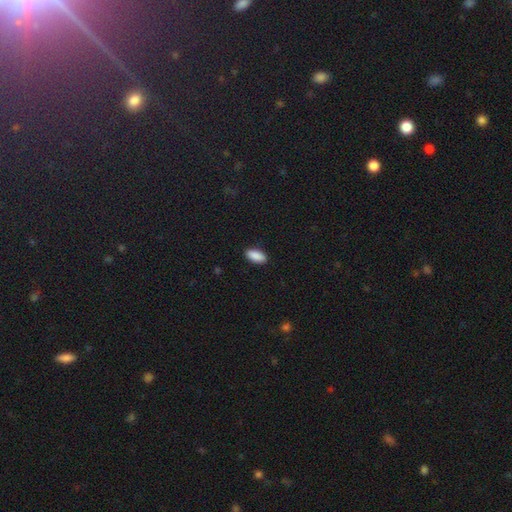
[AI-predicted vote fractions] smooth-or-featured: smooth: 90% | star or artifact: 6% | featured or disk: 4%
  how-rounded: in between: 90% | cigar-shaped: 8% | round: 2%
  merging: none: 90% | minor disturbance: 8% | major disturbance: 2% | merger: 1%